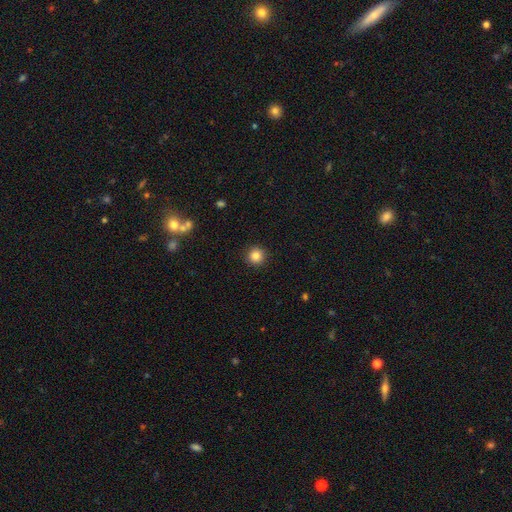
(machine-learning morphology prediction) Overall: smooth (85%). How rounded: round (95%). Merging: none (93%).